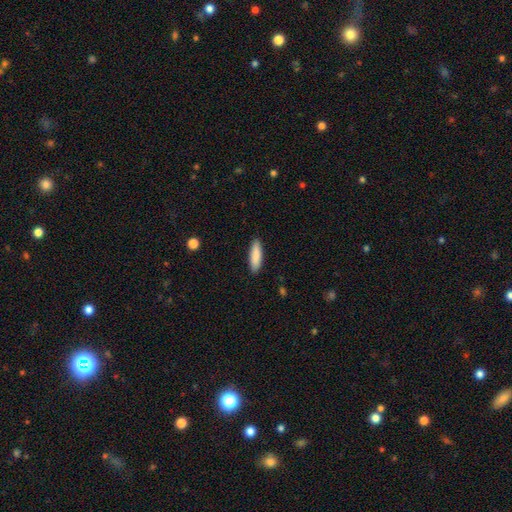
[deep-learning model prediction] A smooth galaxy with no disk features (88%) that is cigar-shaped (59%). Merging: none (90%).